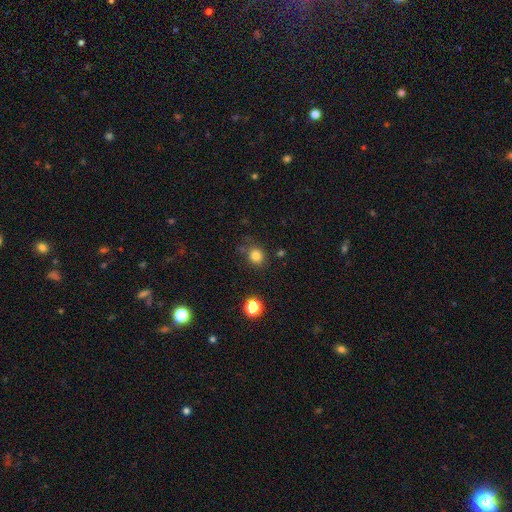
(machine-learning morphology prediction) Smooth or featured? Predicted: smooth (p=0.81). How rounded? Predicted: round (p=0.79). Merging? Predicted: none (p=0.76).